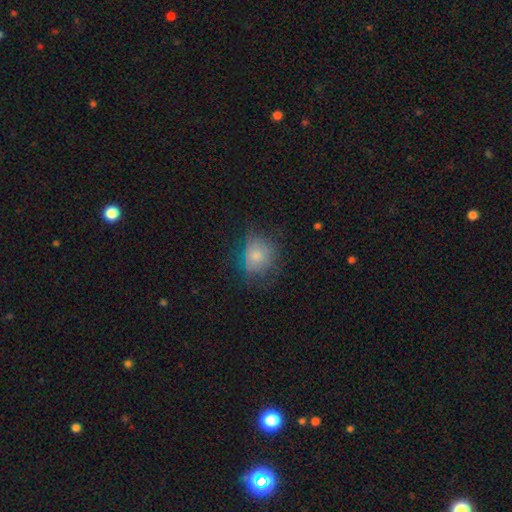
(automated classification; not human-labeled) This is likely a smooth galaxy (71%). How rounded: likely round (67%). Merging: possibly none (55%).